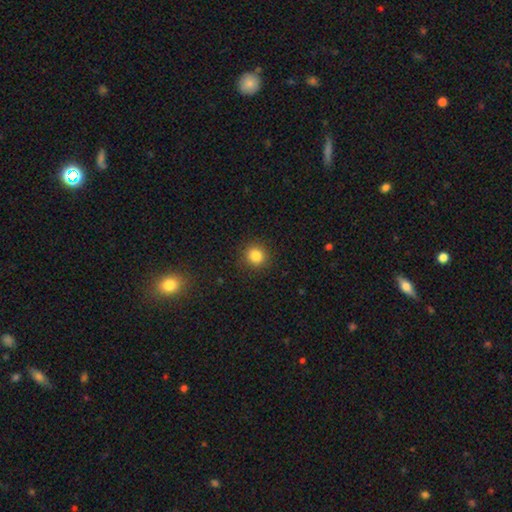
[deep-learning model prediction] Smooth or featured? smooth (83%)
How rounded? round (91%)
Merging? none (91%)